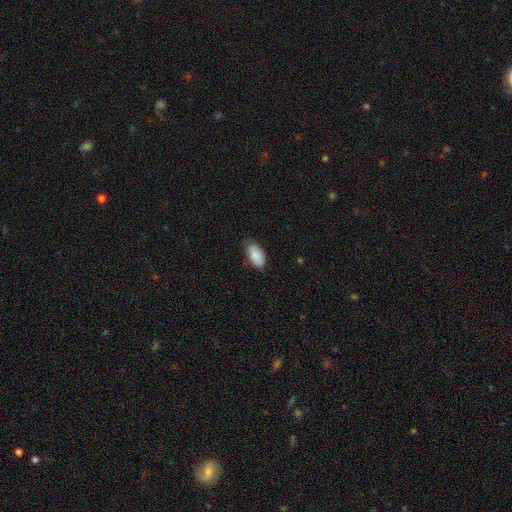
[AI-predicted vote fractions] This is clearly a smooth galaxy (85%). How rounded: clearly in between (92%). Merging: likely none (69%).